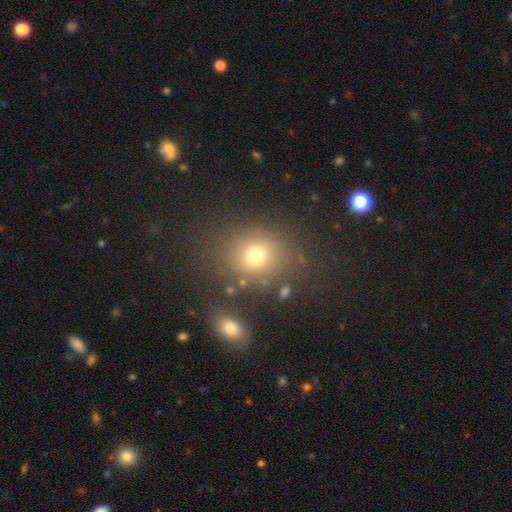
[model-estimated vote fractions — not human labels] This is likely a smooth galaxy (72%). How rounded: likely round (67%). Merging: likely none (78%).